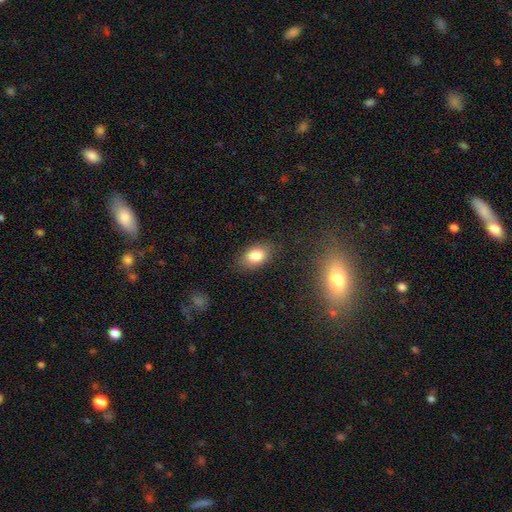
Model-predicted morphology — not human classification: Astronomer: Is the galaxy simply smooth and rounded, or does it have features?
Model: smooth — 83%.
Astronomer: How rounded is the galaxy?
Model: in between — 87%.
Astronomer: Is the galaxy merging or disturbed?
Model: none — 82%.